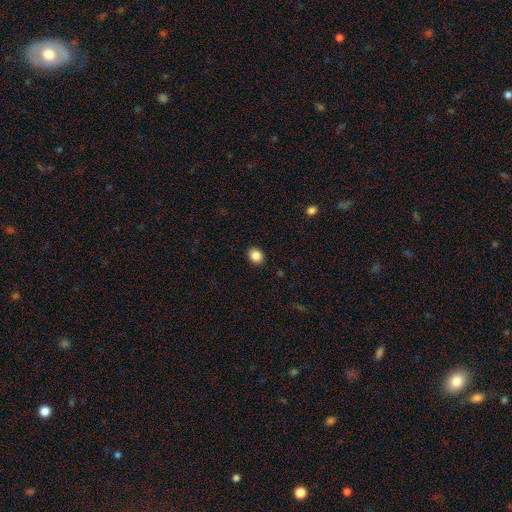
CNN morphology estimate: type=smooth (86%); roundness=round (58%); merging=none (91%).